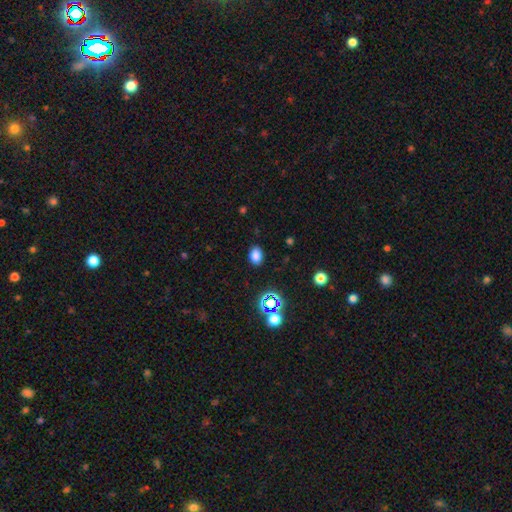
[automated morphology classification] smooth-or-featured: smooth: 78% | star or artifact: 16% | featured or disk: 5%
  how-rounded: in between: 72% | round: 26% | cigar-shaped: 1%
  merging: none: 86% | minor disturbance: 10% | major disturbance: 3% | merger: 1%